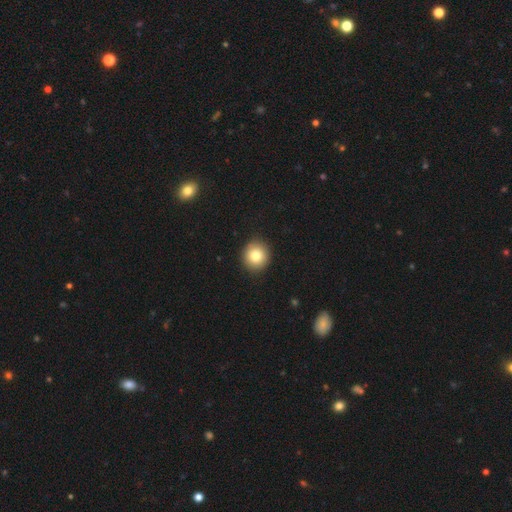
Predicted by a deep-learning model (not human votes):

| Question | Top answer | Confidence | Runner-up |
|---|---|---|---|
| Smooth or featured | smooth | 82% | star or artifact (9%) |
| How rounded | round | 90% | in between (9%) |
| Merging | none | 91% | minor disturbance (6%) |